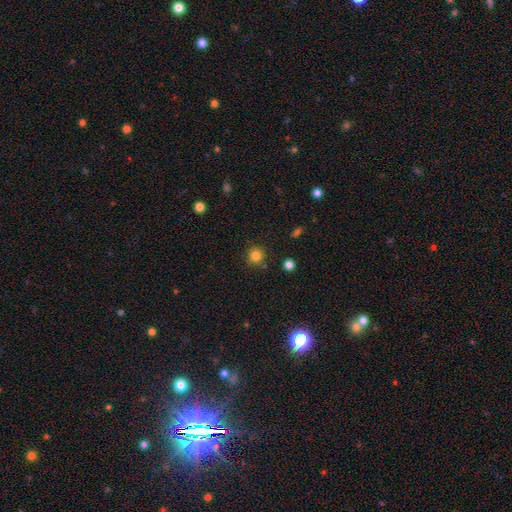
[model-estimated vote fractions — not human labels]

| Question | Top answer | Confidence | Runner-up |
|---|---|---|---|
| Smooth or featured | smooth | 82% | star or artifact (13%) |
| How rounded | round | 93% | in between (7%) |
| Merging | none | 85% | minor disturbance (8%) |